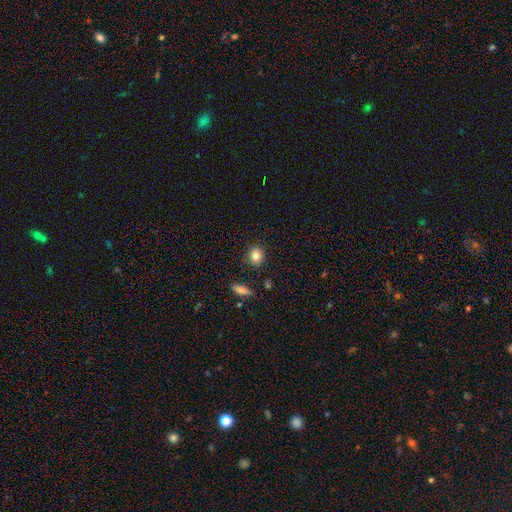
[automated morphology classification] smooth_or_featured: smooth (p=0.84) [alt: star or artifact p=0.10]
how_rounded: round (p=0.77) [alt: in between p=0.21]
merging: none (p=0.87) [alt: minor disturbance p=0.09]